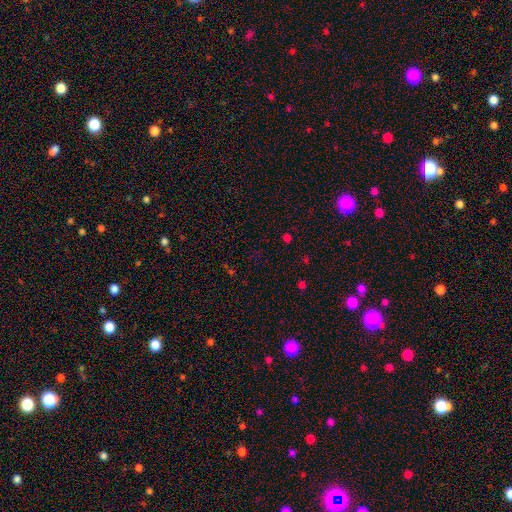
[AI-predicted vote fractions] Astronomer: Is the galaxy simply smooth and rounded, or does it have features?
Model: star or artifact — 60%.